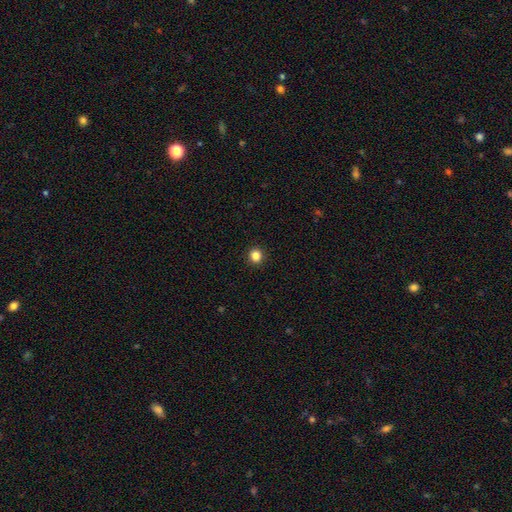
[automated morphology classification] Smooth or featured?
  - smooth: 84% *
  - star or artifact: 12%
  - featured or disk: 4%
How rounded?
  - round: 90% *
  - in between: 9%
  - cigar-shaped: 1%
Merging?
  - none: 93% *
  - minor disturbance: 5%
  - major disturbance: 2%
  - merger: 1%